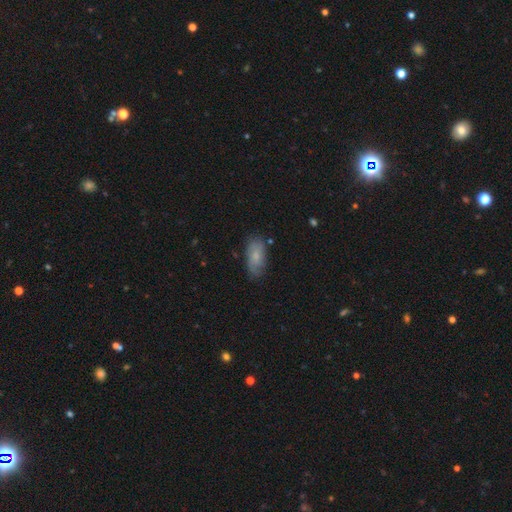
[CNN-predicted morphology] Smooth or featured? Predicted: smooth (p=0.63). How rounded? Predicted: in between (p=0.88). Merging? Predicted: none (p=0.69).